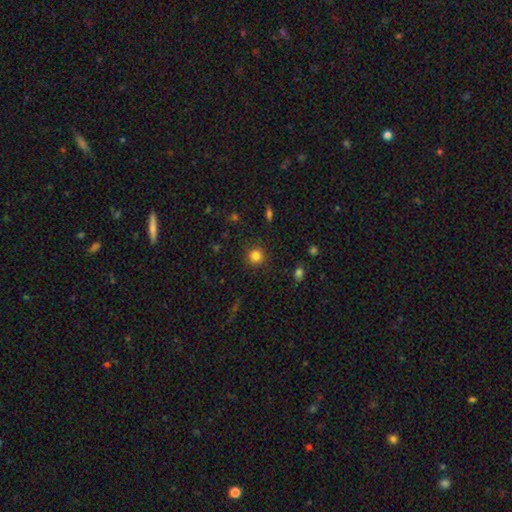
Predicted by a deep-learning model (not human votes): This appears to be a smooth galaxy with no disk features (83%) that is round (93%). Merging: none (90%).